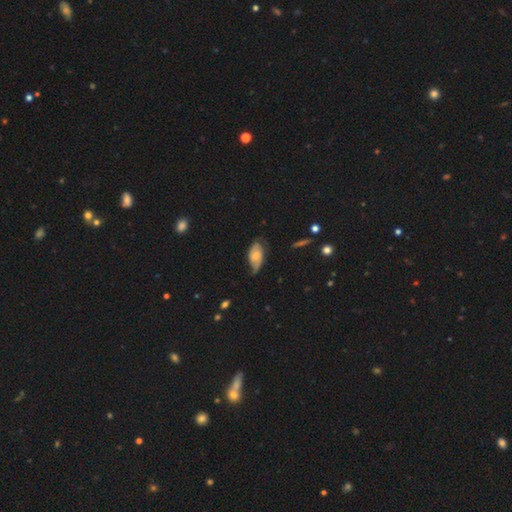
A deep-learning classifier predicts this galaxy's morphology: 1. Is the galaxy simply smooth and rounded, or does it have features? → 47% featured or disk, 46% smooth, 7% star or artifact.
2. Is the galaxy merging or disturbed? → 54% none, 34% minor disturbance, 10% major disturbance, 2% merger.